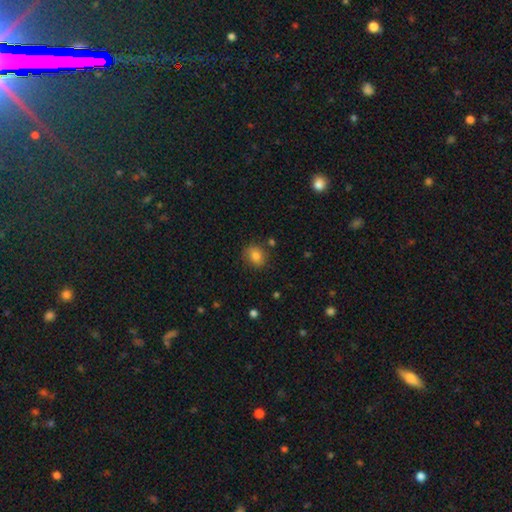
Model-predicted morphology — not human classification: smooth 82%, star or artifact 10%, featured or disk 8%. Down the decision tree: how rounded — round (60%); merging — none (76%).